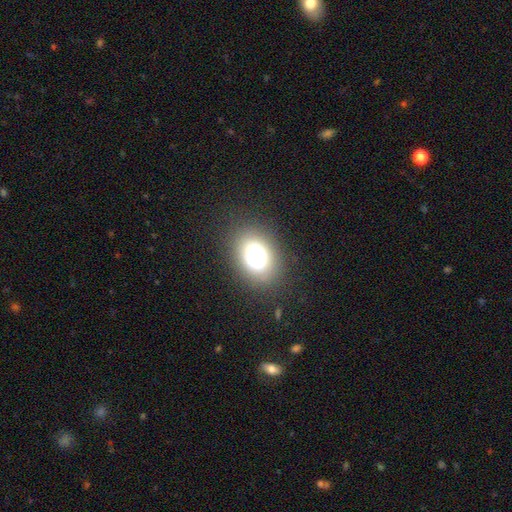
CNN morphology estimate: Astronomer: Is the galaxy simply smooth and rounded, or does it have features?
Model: smooth — 80%.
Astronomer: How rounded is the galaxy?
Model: in between — 80%.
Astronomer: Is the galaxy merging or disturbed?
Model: none — 84%.